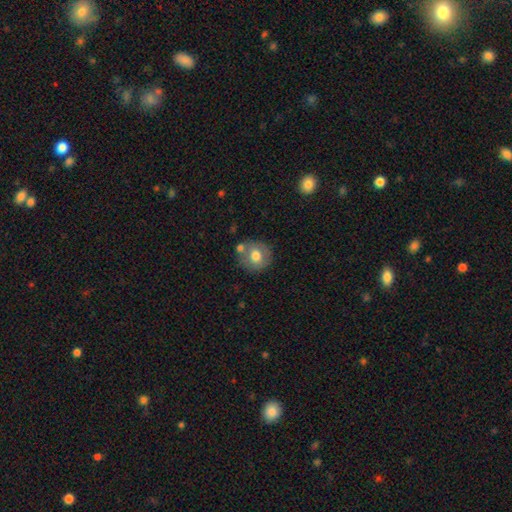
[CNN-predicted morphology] A smooth galaxy with no disk features (71%) that is round (87%).

Vote fractions:
- Smooth or featured? smooth: 71% / featured or disk: 21% / star or artifact: 8%
- How rounded? round: 87% / in between: 12% / cigar-shaped: 1%
- Merging? none: 69% / minor disturbance: 14% / merger: 14% / major disturbance: 4%